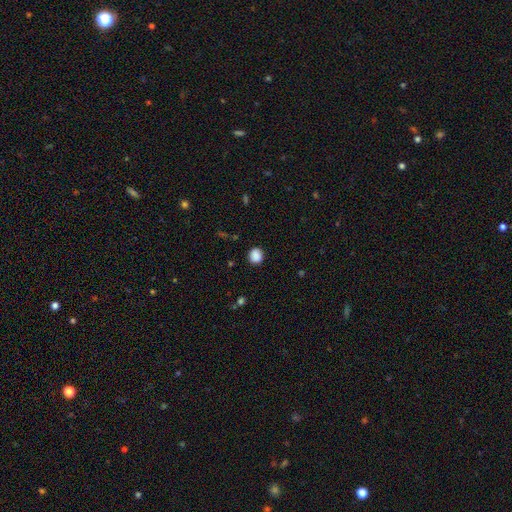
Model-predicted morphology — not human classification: Smooth or featured: smooth — 87% (star or artifact — 10%)
How rounded: round — 82% (in between — 17%)
Merging: none — 88% (minor disturbance — 8%)